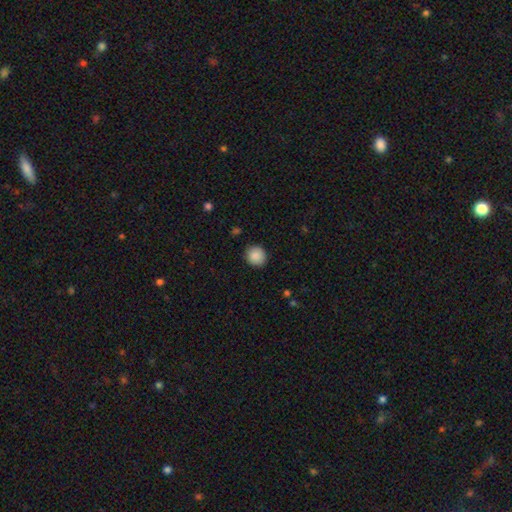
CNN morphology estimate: type=smooth (89%); roundness=round (90%); merging=none (89%).